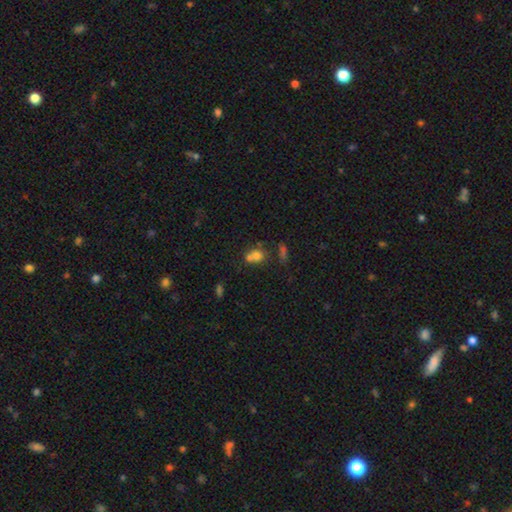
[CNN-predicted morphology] The model was most divided on "merging": merger: 52%, none: 34%, minor disturbance: 10%, major disturbance: 5%. More confident: smooth or featured — smooth (69%); how rounded — round (65%).